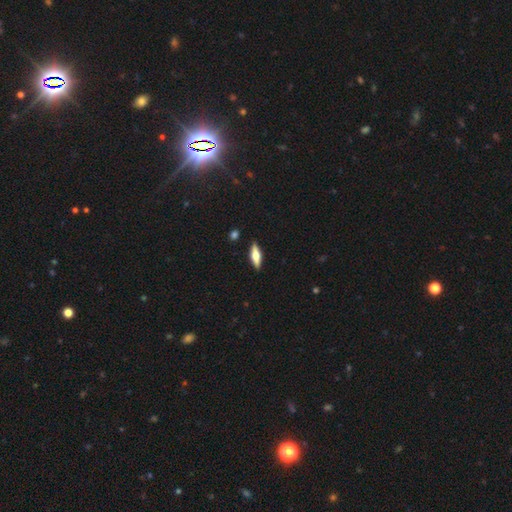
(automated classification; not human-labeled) A featured or disk galaxy (48%).

Vote fractions:
- Smooth or featured? featured or disk: 48% / smooth: 46% / star or artifact: 6%
- Merging? none: 89% / minor disturbance: 7% / major disturbance: 2% / merger: 1%